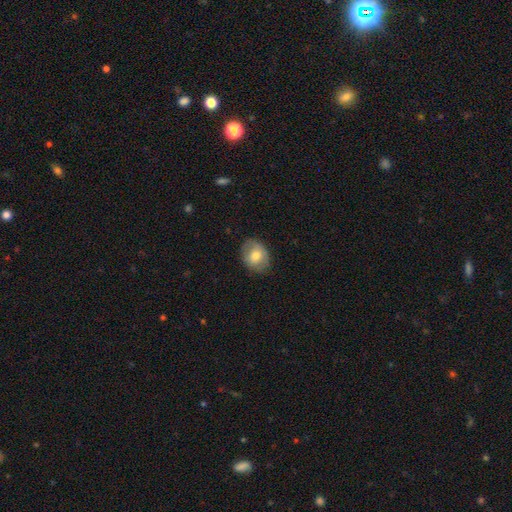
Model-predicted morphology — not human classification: Smooth or featured? Predicted: smooth (p=0.69). How rounded? Predicted: in between (p=0.55). Merging? Predicted: none (p=0.78).